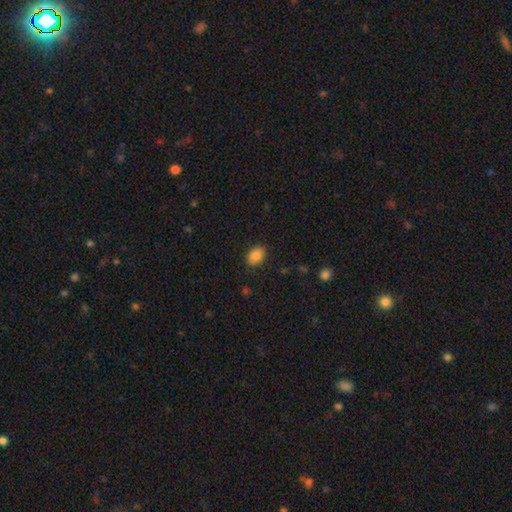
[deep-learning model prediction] This is clearly a smooth galaxy (87%). How rounded: clearly in between (83%). Merging: clearly none (85%).